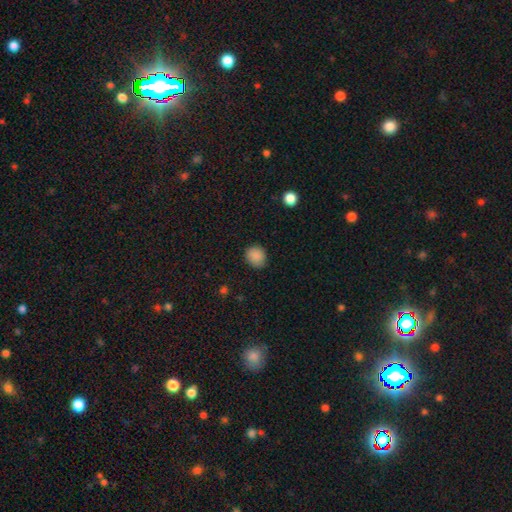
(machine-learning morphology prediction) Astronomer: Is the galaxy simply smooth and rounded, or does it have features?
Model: smooth — 87%.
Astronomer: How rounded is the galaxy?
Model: round — 71%.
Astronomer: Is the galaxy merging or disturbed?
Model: none — 81%.